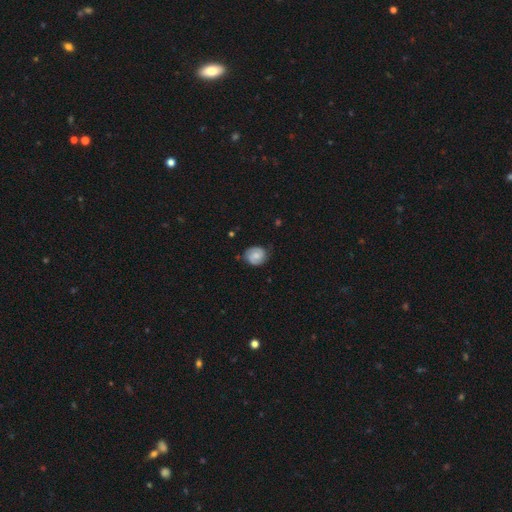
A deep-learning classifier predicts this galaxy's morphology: smooth_or_featured: featured or disk (p=0.49) [alt: smooth p=0.43]
merging: none (p=0.77) [alt: minor disturbance p=0.18]